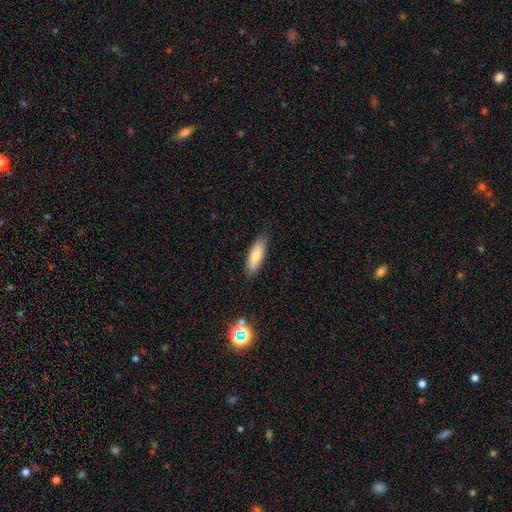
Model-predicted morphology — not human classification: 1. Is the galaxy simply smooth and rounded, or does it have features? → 78% smooth, 15% featured or disk, 7% star or artifact.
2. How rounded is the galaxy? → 56% in between, 42% cigar-shaped, 2% round.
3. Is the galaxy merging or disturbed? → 83% none, 13% minor disturbance, 2% major disturbance, 1% merger.